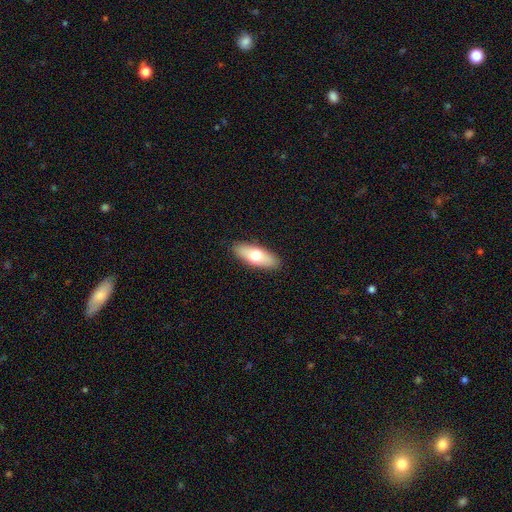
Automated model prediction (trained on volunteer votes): A smooth galaxy with no disk features (66%) that is in between round and cigar-shaped (70%). Merging: none (89%).